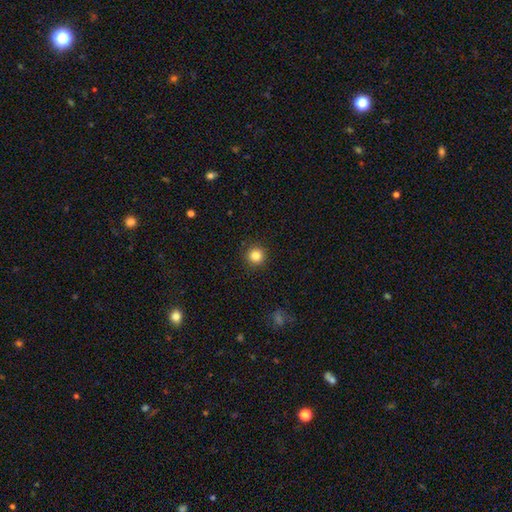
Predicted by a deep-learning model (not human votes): Q: Smooth or featured?
A: smooth (84%); runner-up: star or artifact (11%)
Q: How rounded?
A: round (95%); runner-up: in between (4%)
Q: Merging?
A: none (92%); runner-up: minor disturbance (5%)